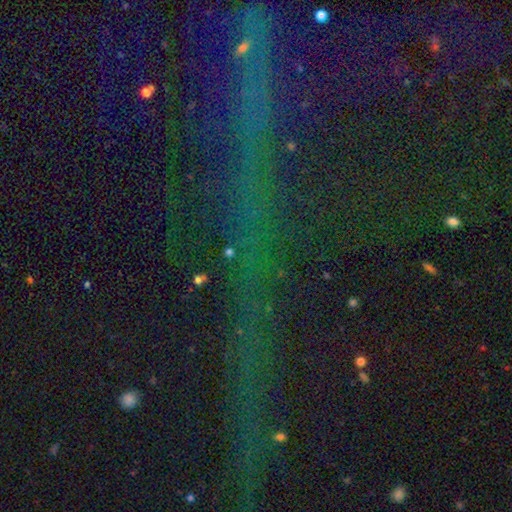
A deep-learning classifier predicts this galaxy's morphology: type=star or artifact (79%).